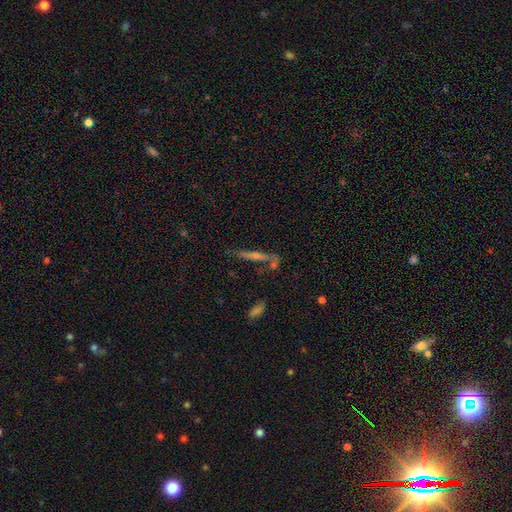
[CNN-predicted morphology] A featured or disk galaxy (55%) viewed edge-on (85%). Merging: none (62%).